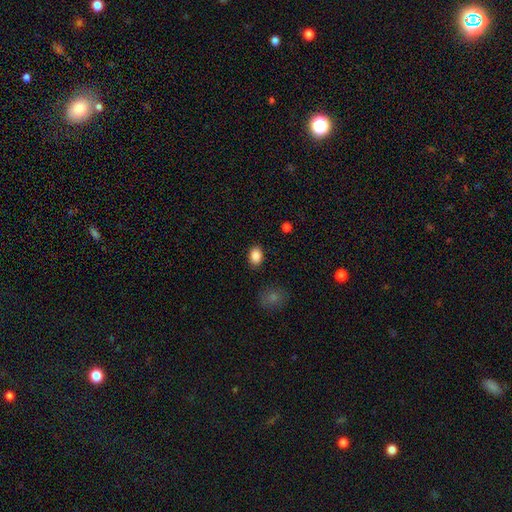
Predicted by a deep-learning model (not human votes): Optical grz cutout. It shows a smooth galaxy with no disk features (88%) that is in between round and cigar-shaped (75%). Merging: none (87%).